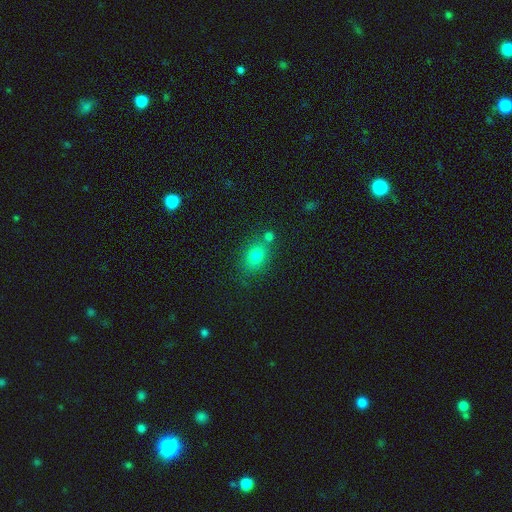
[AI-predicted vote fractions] Morphology: type=smooth (77%); roundness=in between (58%); merging=none (65%).